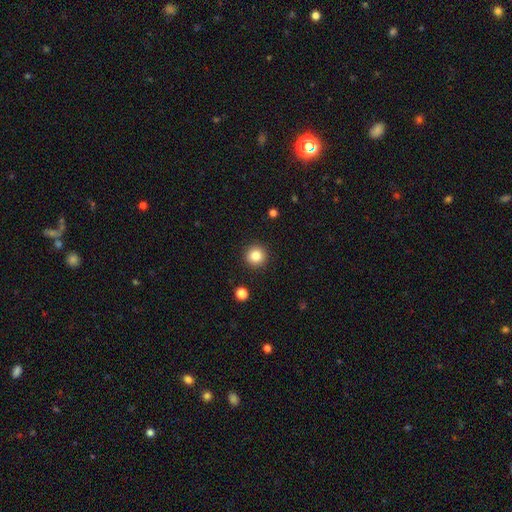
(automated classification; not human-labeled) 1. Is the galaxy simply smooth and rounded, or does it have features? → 85% smooth, 10% star or artifact, 5% featured or disk.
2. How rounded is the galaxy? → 94% round, 5% in between, 1% cigar-shaped.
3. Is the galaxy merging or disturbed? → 92% none, 5% minor disturbance, 2% major disturbance, 1% merger.